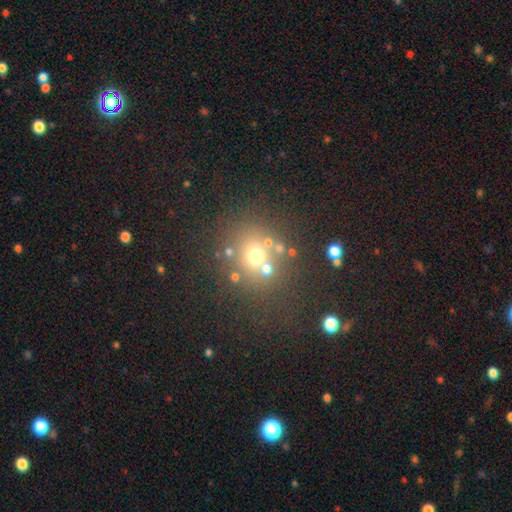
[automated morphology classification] Smooth or featured? smooth (59%)
How rounded? round (79%)
Merging? none (66%)